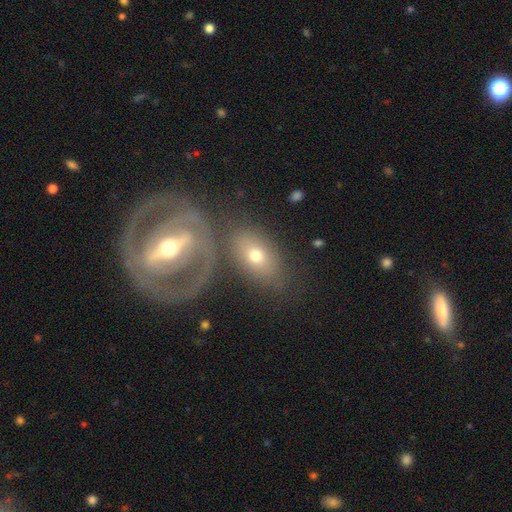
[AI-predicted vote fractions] smooth-or-featured: featured or disk: 50% | smooth: 42% | star or artifact: 7%
  disk-edge-on: no: 85% | yes: 15%
  merging: none: 50% | merger: 27% | minor disturbance: 14% | major disturbance: 8%